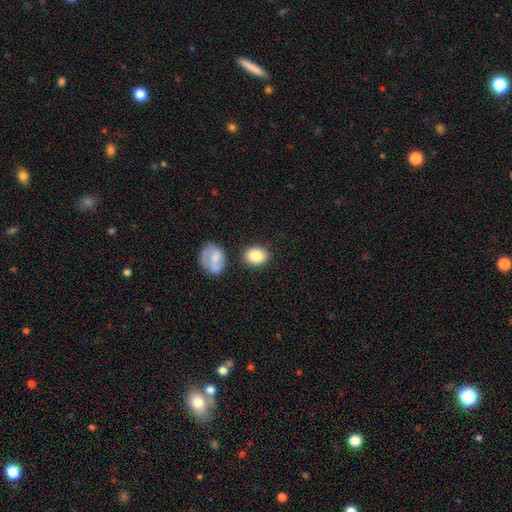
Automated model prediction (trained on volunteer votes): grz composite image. It shows a smooth galaxy with no disk features (84%) that is round (50%). Merging: none (78%).